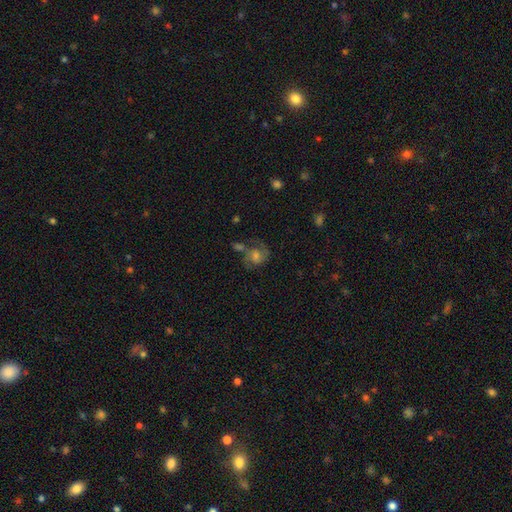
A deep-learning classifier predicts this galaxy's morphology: Overall: featured or disk (67%). Edge-on disk: no (98%). Bar: no (62%; weak 33%). Spiral arms: yes (90%). Spiral arm count: 2 (76%). Spiral winding: medium (54%; tight 24%). Bulge size: moderate (51%; small 23%). Merging: none (49%; merger 19%).